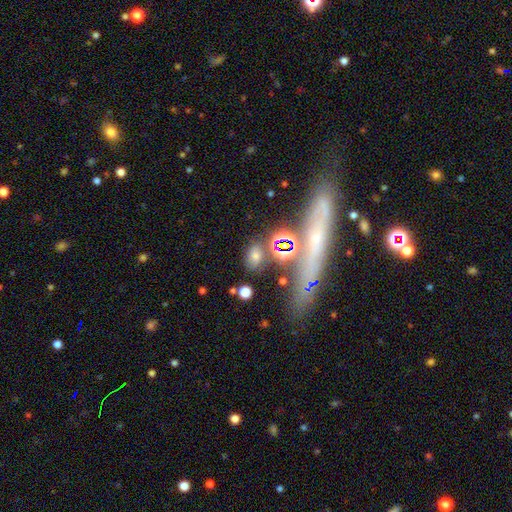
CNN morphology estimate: This is likely a smooth galaxy (64%). How rounded: possibly in between (60%). Merging: likely none (74%).